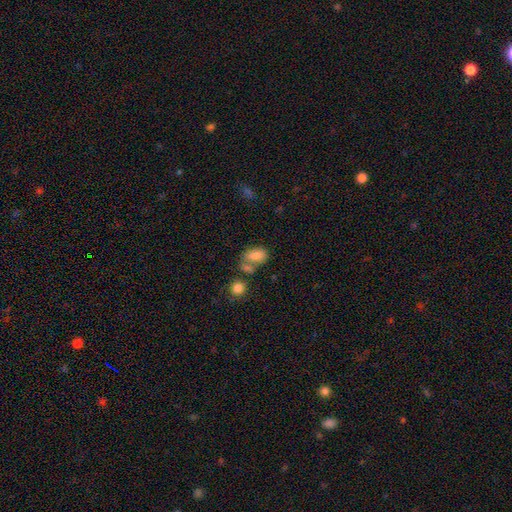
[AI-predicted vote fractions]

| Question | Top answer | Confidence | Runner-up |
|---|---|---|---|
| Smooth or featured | smooth | 80% | featured or disk (11%) |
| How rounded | in between | 86% | round (13%) |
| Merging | none | 41% | merger (35%) |